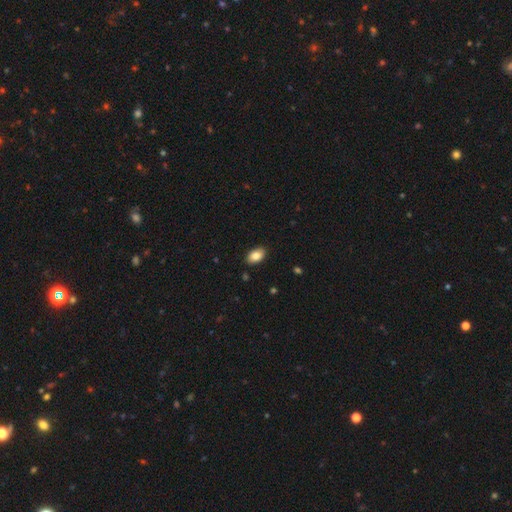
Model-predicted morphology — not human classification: Smooth or featured? Predicted: smooth (p=0.84). How rounded? Predicted: in between (p=0.91). Merging? Predicted: none (p=0.88).